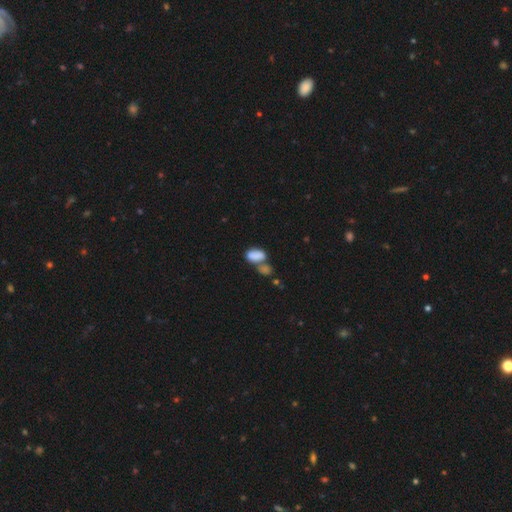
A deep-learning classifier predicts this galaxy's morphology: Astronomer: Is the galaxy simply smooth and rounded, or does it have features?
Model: smooth — 83%.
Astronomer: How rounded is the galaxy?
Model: in between — 91%.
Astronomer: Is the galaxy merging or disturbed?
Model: merger — 57%.